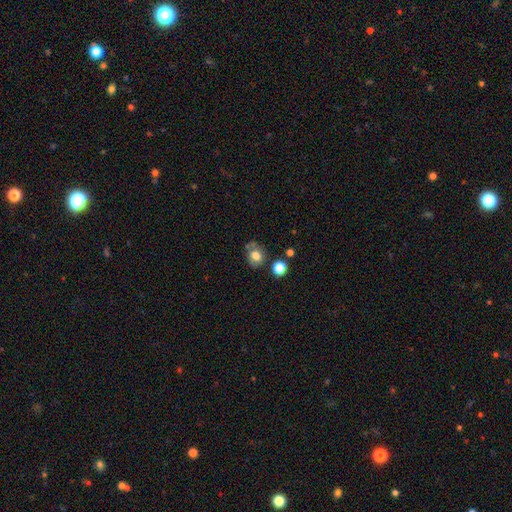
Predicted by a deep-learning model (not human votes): smooth_or_featured: smooth (p=0.73) [alt: featured or disk p=0.16]
how_rounded: round (p=0.60) [alt: in between p=0.39]
merging: none (p=0.58) [alt: minor disturbance p=0.22]